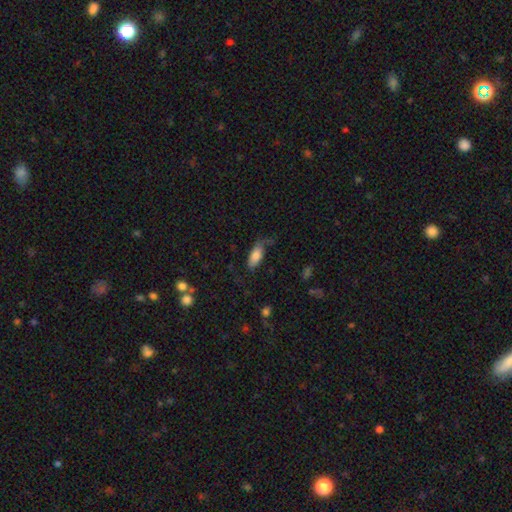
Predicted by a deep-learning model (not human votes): This is likely a smooth galaxy (80%). How rounded: clearly in between (83%). Merging: possibly none (55%).